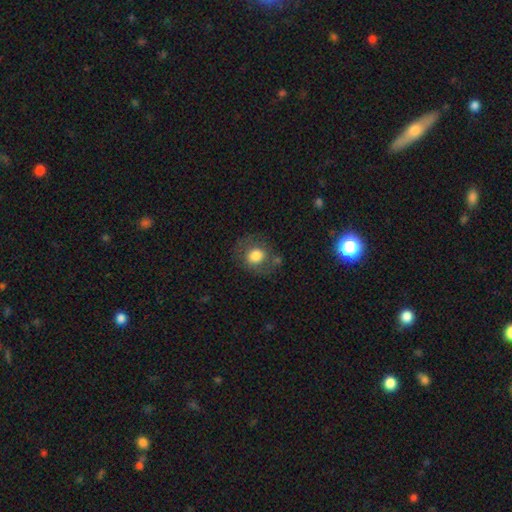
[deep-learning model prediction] smooth_or_featured: smooth (p=0.74) [alt: featured or disk p=0.18]
how_rounded: round (p=0.73) [alt: in between p=0.26]
merging: none (p=0.70) [alt: minor disturbance p=0.17]